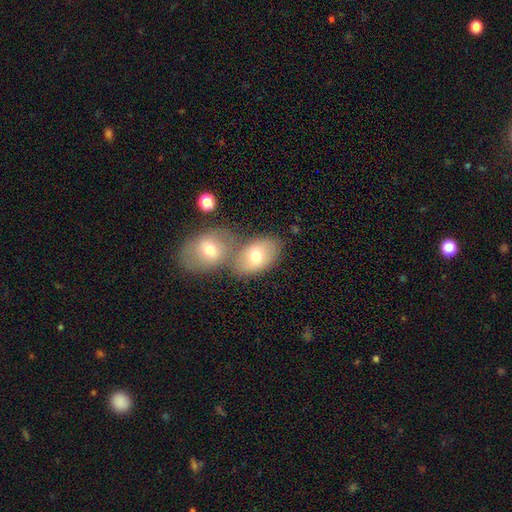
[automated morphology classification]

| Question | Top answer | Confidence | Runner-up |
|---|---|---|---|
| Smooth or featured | smooth | 71% | featured or disk (21%) |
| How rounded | in between | 77% | round (22%) |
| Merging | merger | 43% | tied: none (43%) |